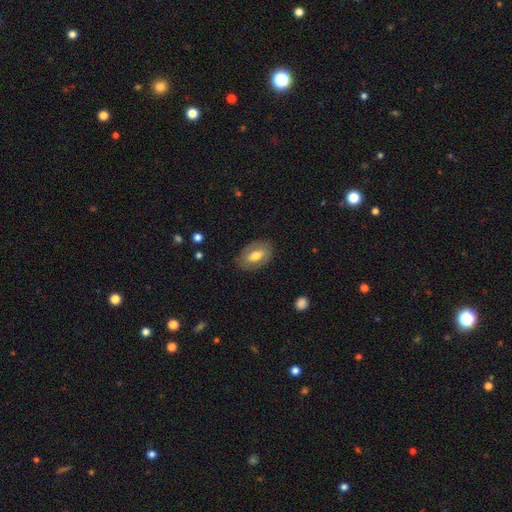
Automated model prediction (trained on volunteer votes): Overall: smooth (53%; featured or disk 41%). How rounded: in between (88%). Merging: none (81%).